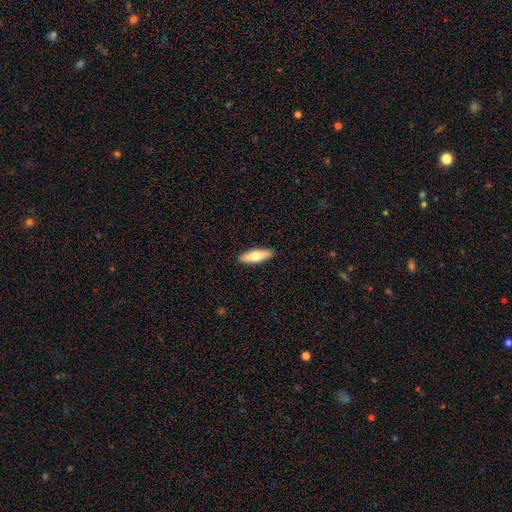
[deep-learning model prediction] Morphology: type=smooth (68%); roundness=in between (53%); merging=none (91%).